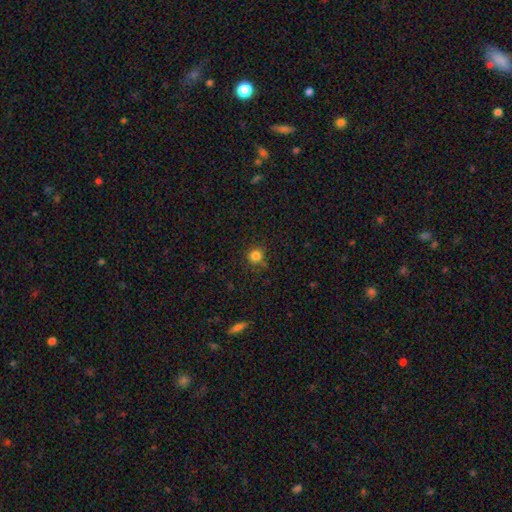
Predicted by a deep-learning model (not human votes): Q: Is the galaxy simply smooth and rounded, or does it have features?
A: smooth — 83%.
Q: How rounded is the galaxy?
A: round — 90%.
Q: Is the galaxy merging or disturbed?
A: none — 83%.